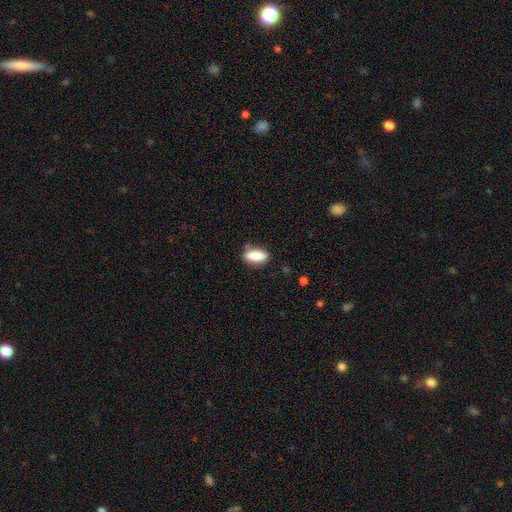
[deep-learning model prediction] Smooth or featured?
  - smooth: 86% *
  - featured or disk: 7%
  - star or artifact: 7%
How rounded?
  - in between: 79% *
  - cigar-shaped: 18%
  - round: 3%
Merging?
  - none: 77% *
  - minor disturbance: 16%
  - major disturbance: 4%
  - merger: 3%